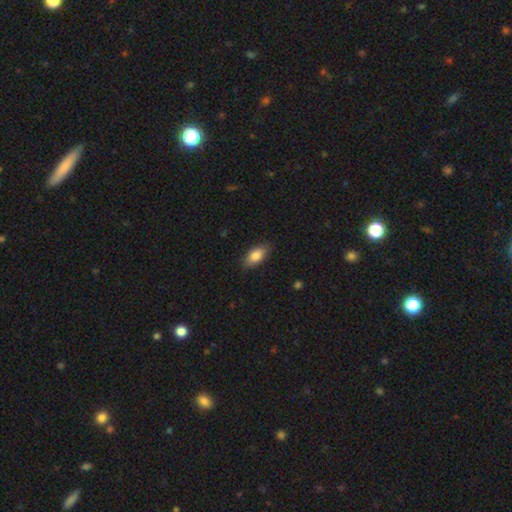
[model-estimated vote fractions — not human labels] smooth-or-featured: smooth: 83% | featured or disk: 11% | star or artifact: 7%
  how-rounded: in between: 89% | cigar-shaped: 7% | round: 4%
  merging: none: 85% | minor disturbance: 12% | major disturbance: 2% | merger: 1%